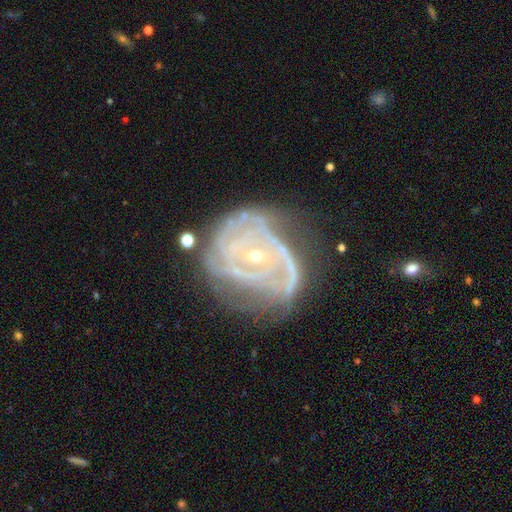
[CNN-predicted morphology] The model was most divided on "spiral arm count": can't tell: 36%, 2: 22%, 3: 20%, 4: 10%, 1: 7%, more than 4: 6%. Remaining: edge-on disk — no (97%); spiral arms — yes (89%); smooth or featured — featured or disk (85%); bulge size — small (74%); bar — no (62%); spiral winding — tight (62%); merging — none (42%).